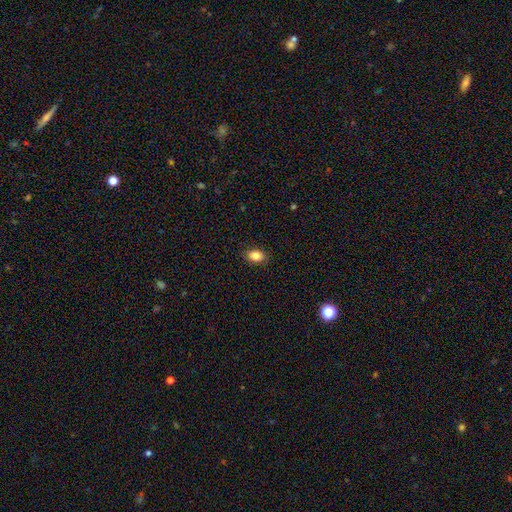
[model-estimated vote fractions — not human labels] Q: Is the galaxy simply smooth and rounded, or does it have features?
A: smooth — 85%.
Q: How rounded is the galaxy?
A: in between — 83%.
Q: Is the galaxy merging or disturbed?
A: none — 87%.